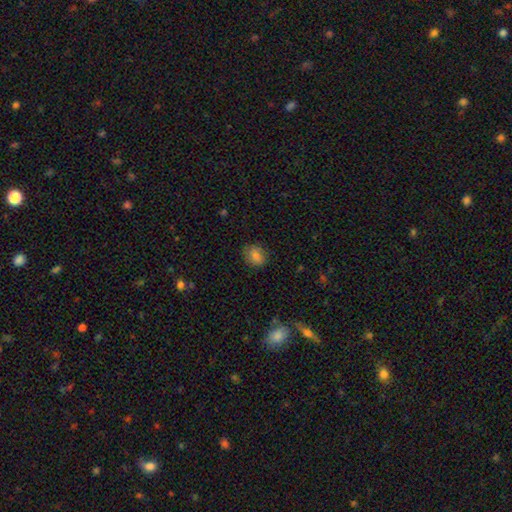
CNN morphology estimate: smooth_or_featured: smooth (p=0.81) [alt: star or artifact p=0.11]
how_rounded: in between (p=0.51) [alt: round p=0.48]
merging: none (p=0.79) [alt: minor disturbance p=0.16]